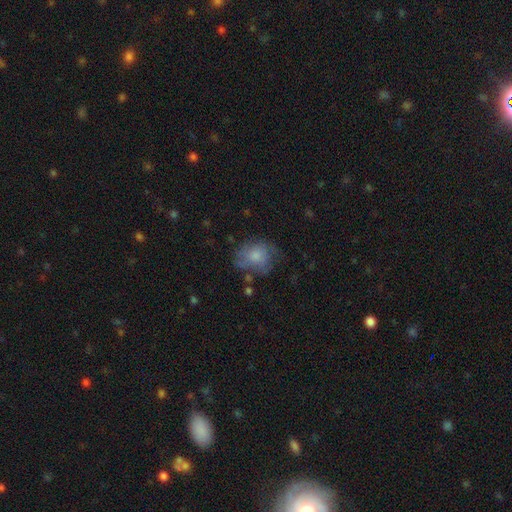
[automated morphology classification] This appears to be a smooth galaxy with no disk features (66%) that is round (61%). Merging: none (49%).